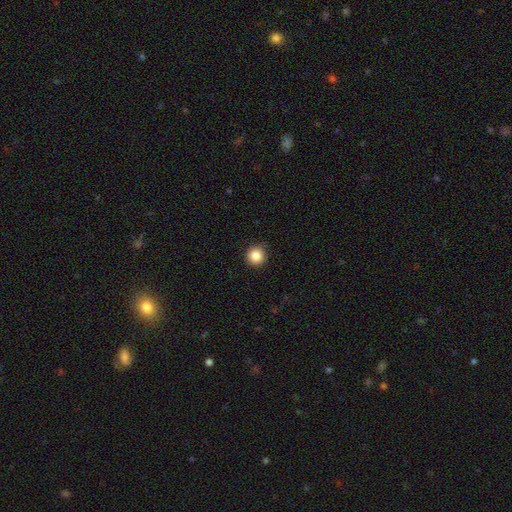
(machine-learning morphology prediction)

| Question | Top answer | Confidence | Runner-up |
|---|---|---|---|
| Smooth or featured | smooth | 85% | star or artifact (10%) |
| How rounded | round | 95% | in between (4%) |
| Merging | none | 89% | minor disturbance (8%) |